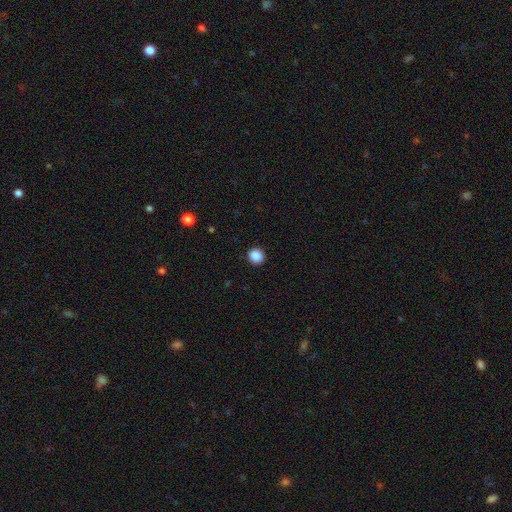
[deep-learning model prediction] Smooth or featured?
  - smooth: 88% *
  - star or artifact: 9%
  - featured or disk: 3%
How rounded?
  - round: 85% *
  - in between: 14%
  - cigar-shaped: 1%
Merging?
  - none: 92% *
  - minor disturbance: 6%
  - major disturbance: 2%
  - merger: 1%